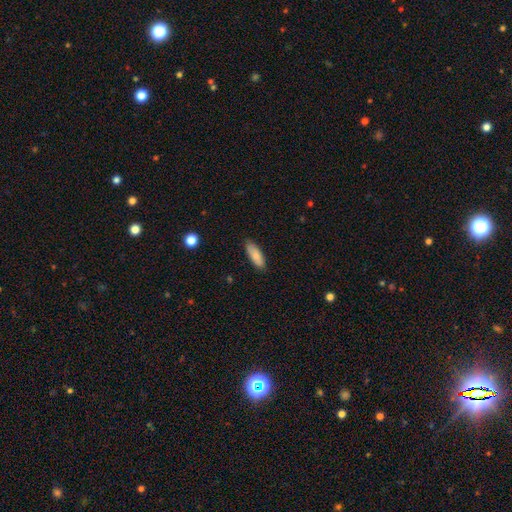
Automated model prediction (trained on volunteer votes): Smooth or featured?
  - smooth: 77% *
  - featured or disk: 17%
  - star or artifact: 6%
How rounded?
  - in between: 66% *
  - cigar-shaped: 32%
  - round: 2%
Merging?
  - none: 83% *
  - minor disturbance: 13%
  - major disturbance: 2%
  - merger: 1%